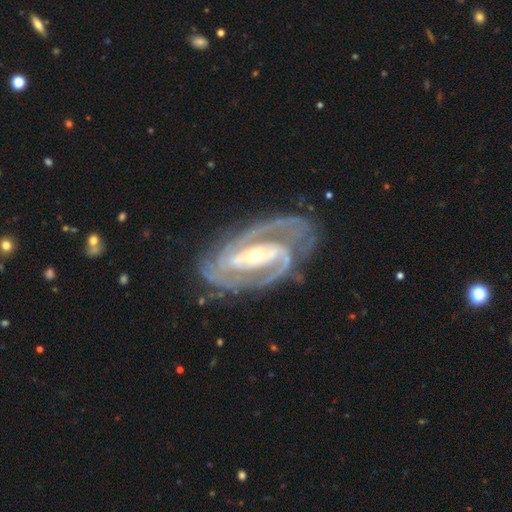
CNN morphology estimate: This is clearly a featured or disk galaxy (93%). It is clearly not viewed edge-on (96%). Bar: possibly strong (57%). Spiral arm pattern: clearly yes (98%). Spiral arm count: likely 2 (71%). Spiral winding: possibly tight (53%). Central bulge: possibly small (50%). Merging: likely none (72%).